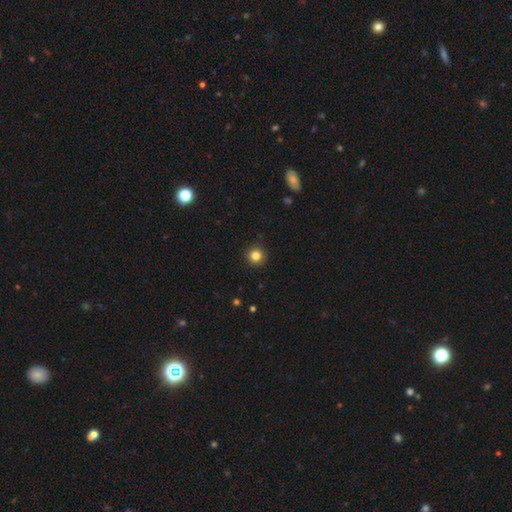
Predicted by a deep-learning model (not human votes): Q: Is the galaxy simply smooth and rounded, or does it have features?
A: smooth — 84%.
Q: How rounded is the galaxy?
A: round — 95%.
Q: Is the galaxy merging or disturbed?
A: none — 93%.